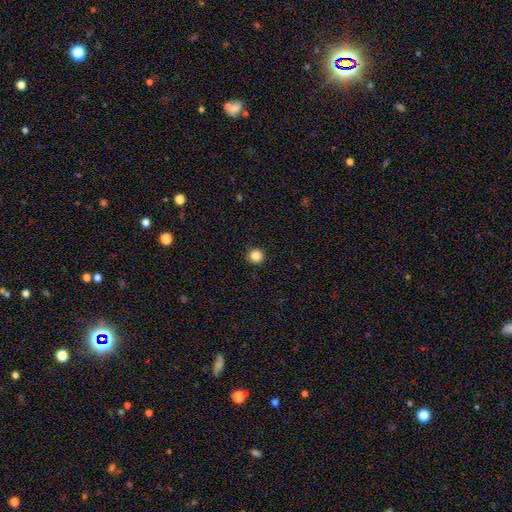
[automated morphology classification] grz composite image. It shows a smooth galaxy with no disk features (84%) that is round (95%). Merging: none (93%).